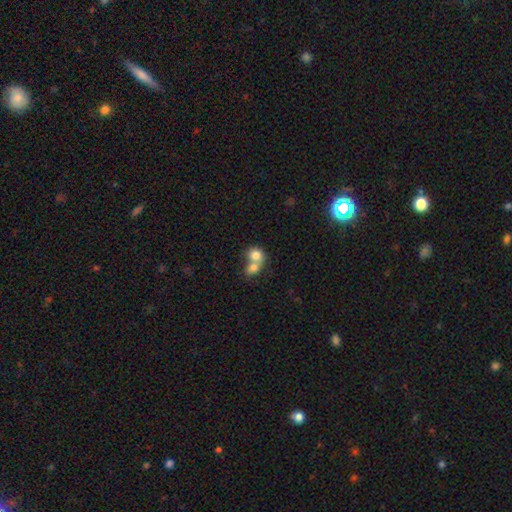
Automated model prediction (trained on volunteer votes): A smooth galaxy with no disk features (77%) that is round (65%).

Vote fractions:
- Smooth or featured? smooth: 77% / featured or disk: 14% / star or artifact: 8%
- How rounded? round: 65% / in between: 34% / cigar-shaped: 1%
- Merging? merger: 72% / none: 20% / minor disturbance: 5% / major disturbance: 3%